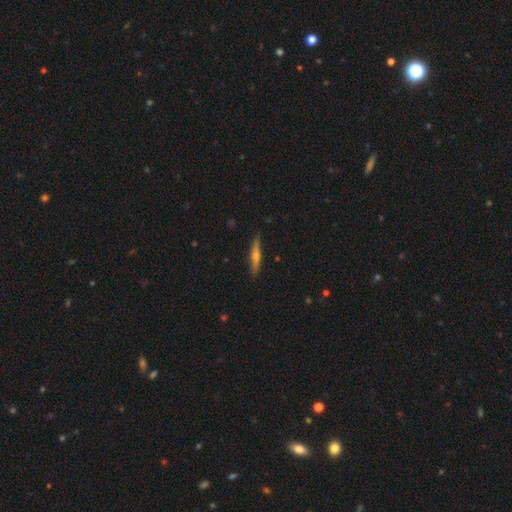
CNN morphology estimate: Smooth or featured? featured or disk (57%)
Edge-on disk? yes (95%)
Edge-on bulge? rounded (85%)
Merging? none (89%)